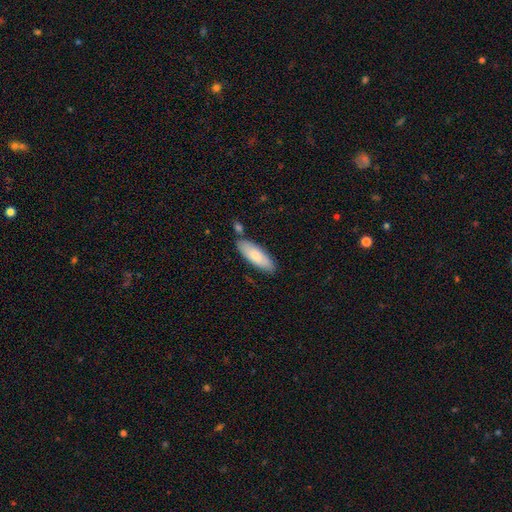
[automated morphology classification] This is clearly a smooth galaxy (81%). How rounded: likely in between (61%). Merging: likely none (77%).